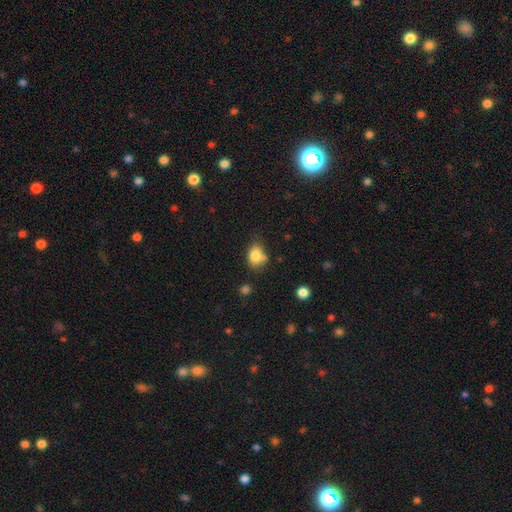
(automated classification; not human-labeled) smooth-or-featured: smooth: 81% | star or artifact: 10% | featured or disk: 9%
  how-rounded: in between: 70% | round: 29% | cigar-shaped: 1%
  merging: none: 56% | minor disturbance: 22% | merger: 16% | major disturbance: 6%